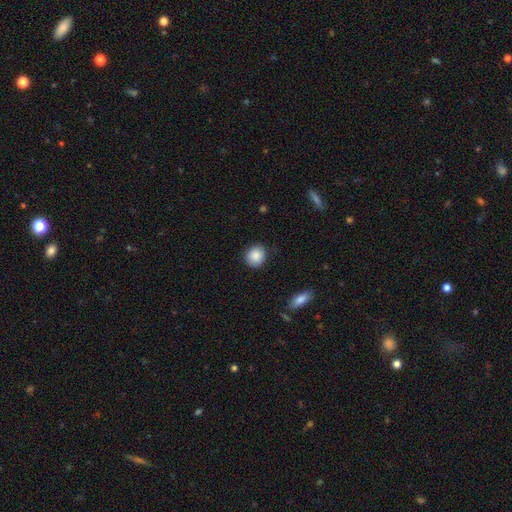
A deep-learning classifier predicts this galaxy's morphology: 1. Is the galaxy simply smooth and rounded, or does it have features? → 87% smooth, 8% star or artifact, 5% featured or disk.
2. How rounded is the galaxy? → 80% round, 19% in between, 1% cigar-shaped.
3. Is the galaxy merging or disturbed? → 85% none, 11% minor disturbance, 2% major disturbance, 1% merger.